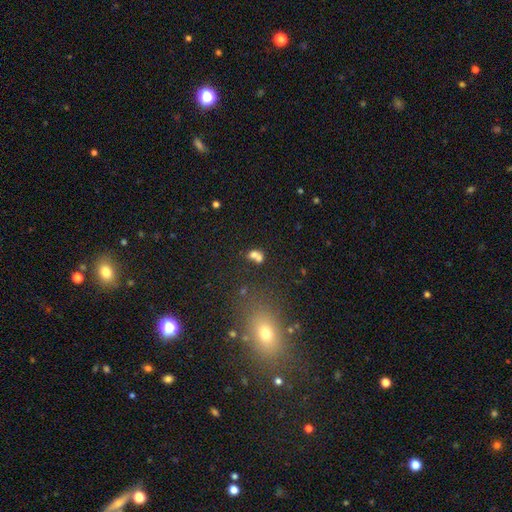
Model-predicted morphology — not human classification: This appears to be a smooth galaxy with no disk features (68%) that is in between round and cigar-shaped (51%). Merging: merger (56%).